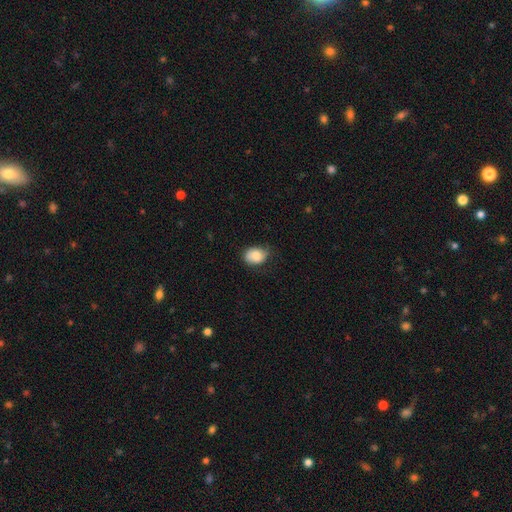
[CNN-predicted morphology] A smooth galaxy with no disk features (79%) that is in between round and cigar-shaped (65%).

Vote fractions:
- Smooth or featured? smooth: 79% / featured or disk: 14% / star or artifact: 8%
- How rounded? in between: 65% / round: 34% / cigar-shaped: 1%
- Merging? none: 66% / minor disturbance: 27% / major disturbance: 6% / merger: 1%